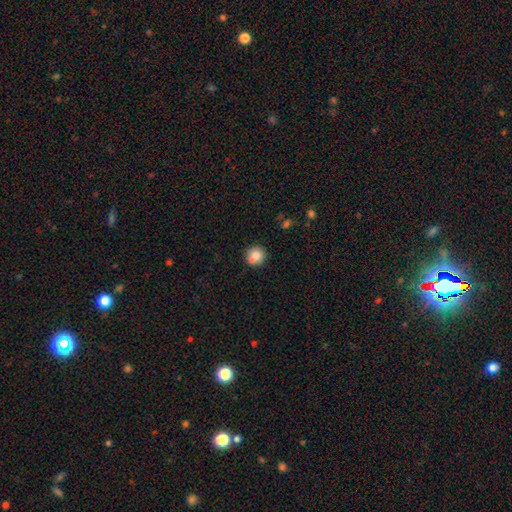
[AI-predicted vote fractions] Smooth or featured: smooth — 80% (featured or disk — 10%)
How rounded: round — 91% (in between — 8%)
Merging: none — 65% (merger — 21%)